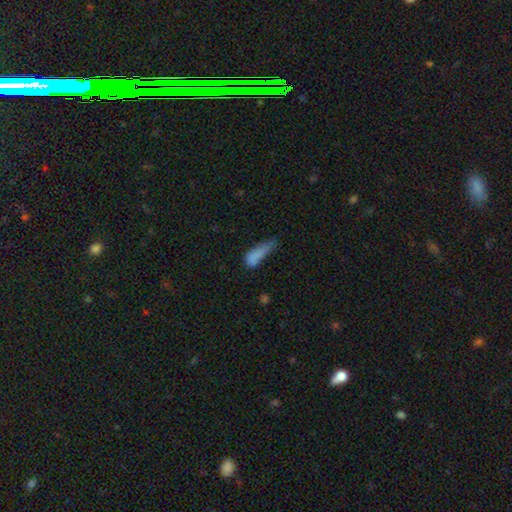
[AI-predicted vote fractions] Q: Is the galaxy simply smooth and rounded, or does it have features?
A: smooth — 76%.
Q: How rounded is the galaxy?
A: in between — 56%.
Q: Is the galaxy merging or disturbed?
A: minor disturbance — 35%.